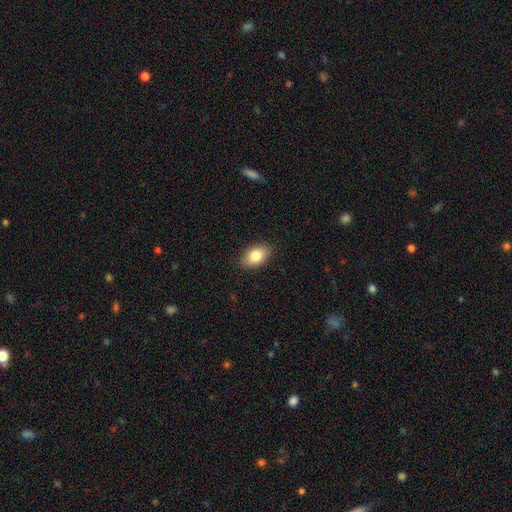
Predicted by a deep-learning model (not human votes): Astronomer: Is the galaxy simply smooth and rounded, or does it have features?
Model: smooth — 82%.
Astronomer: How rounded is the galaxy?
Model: in between — 89%.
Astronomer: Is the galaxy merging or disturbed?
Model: none — 87%.